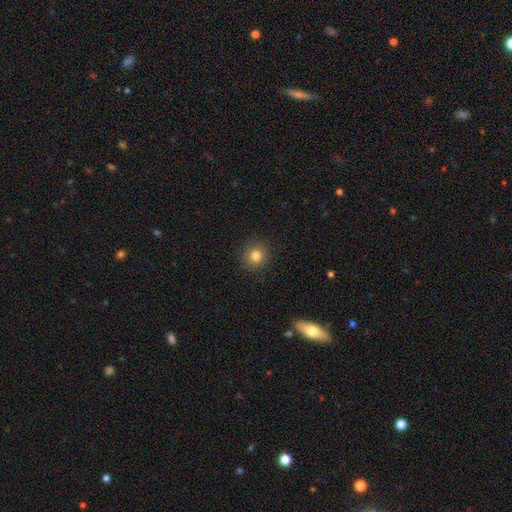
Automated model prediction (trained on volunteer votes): Smooth or featured? smooth (81%)
How rounded? round (89%)
Merging? none (90%)